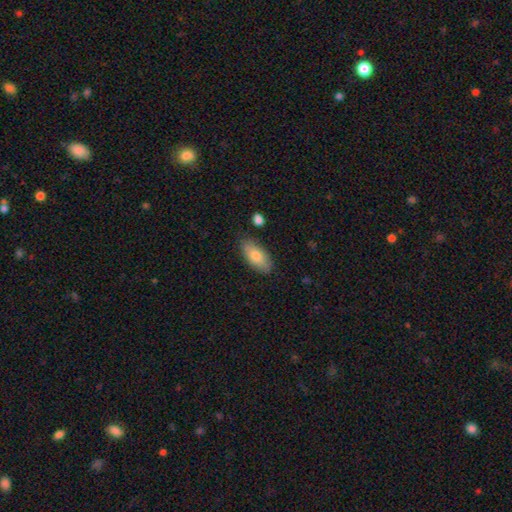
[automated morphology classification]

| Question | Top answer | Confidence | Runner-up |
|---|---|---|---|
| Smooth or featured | smooth | 78% | featured or disk (16%) |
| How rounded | in between | 89% | cigar-shaped (8%) |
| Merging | none | 82% | minor disturbance (13%) |